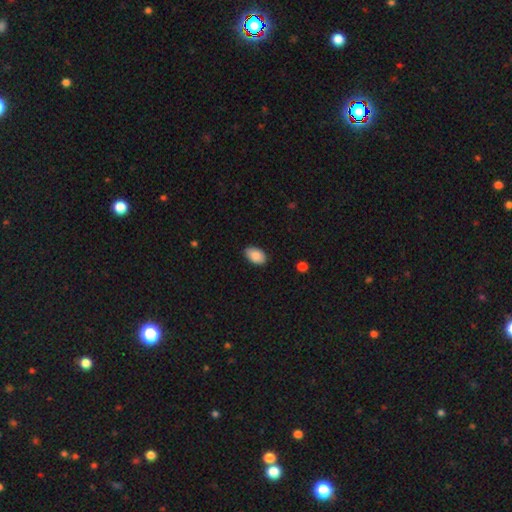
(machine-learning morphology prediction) Overall: smooth (88%). How rounded: in between (92%). Merging: none (86%).